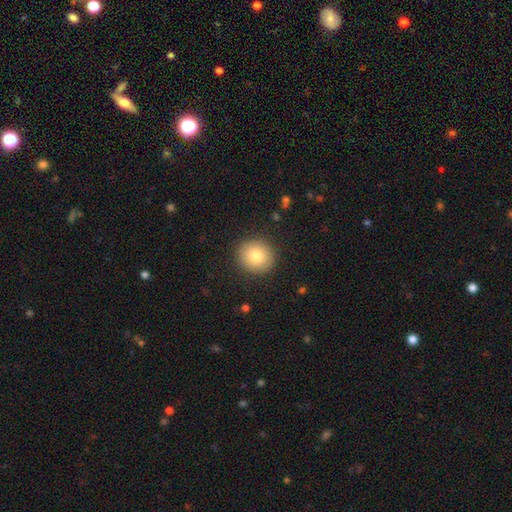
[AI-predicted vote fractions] Morphology: type=smooth (81%); roundness=round (91%); merging=none (90%).